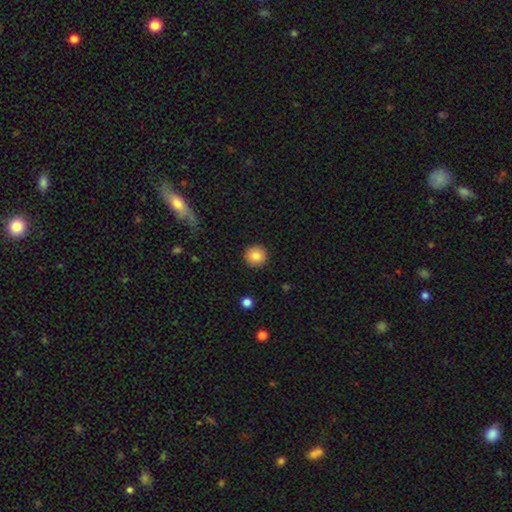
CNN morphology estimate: Smooth or featured? smooth (85%)
How rounded? round (94%)
Merging? none (91%)